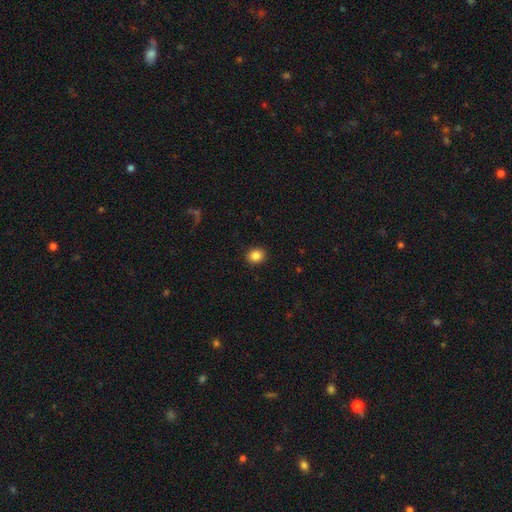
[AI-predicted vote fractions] This appears to be a smooth galaxy with no disk features (86%) that is round (74%). Merging: none (92%).